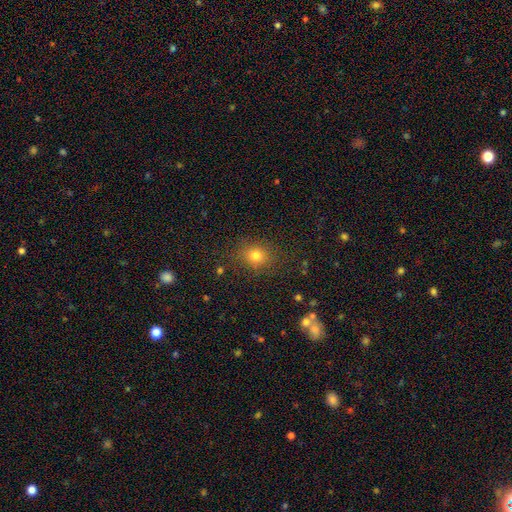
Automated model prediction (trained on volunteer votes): Smooth or featured? Predicted: smooth (p=0.77). How rounded? Predicted: round (p=0.62). Merging? Predicted: none (p=0.84).